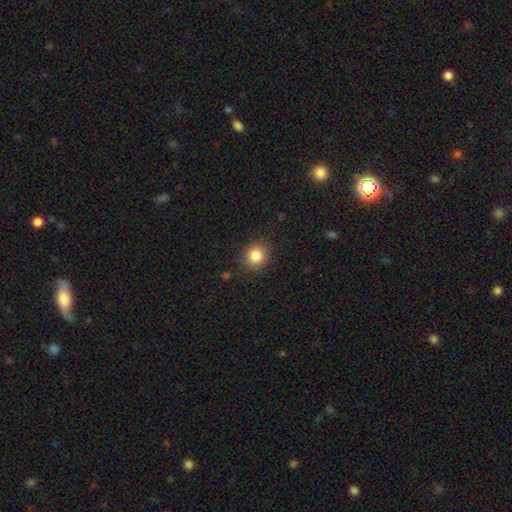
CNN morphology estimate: Overall: smooth (85%). How rounded: round (82%). Merging: none (88%).